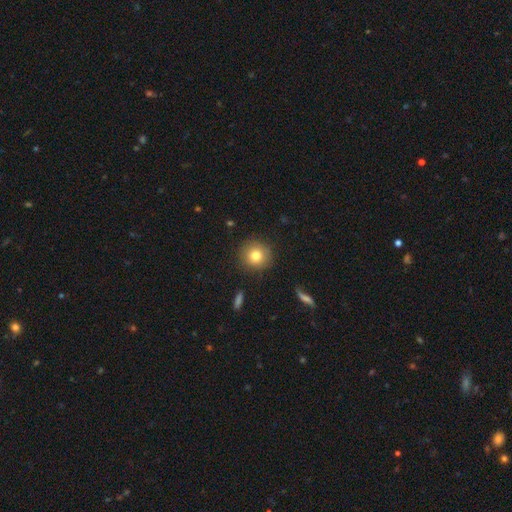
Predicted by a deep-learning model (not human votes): A smooth galaxy with no disk features (79%) that is round (93%). Merging: none (89%).